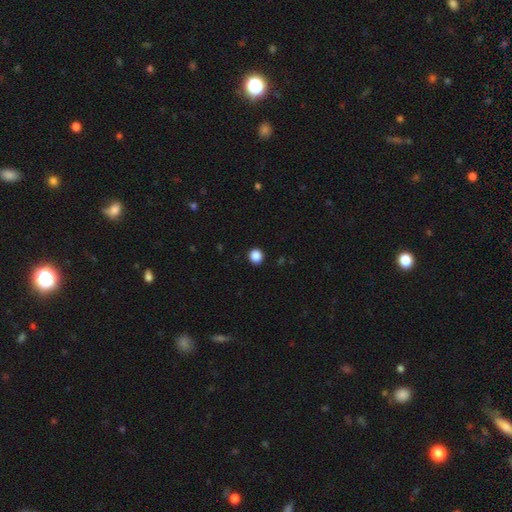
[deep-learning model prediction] smooth_or_featured: smooth (p=0.88) [alt: star or artifact p=0.10]
how_rounded: round (p=0.88) [alt: in between p=0.11]
merging: none (p=0.93) [alt: minor disturbance p=0.05]